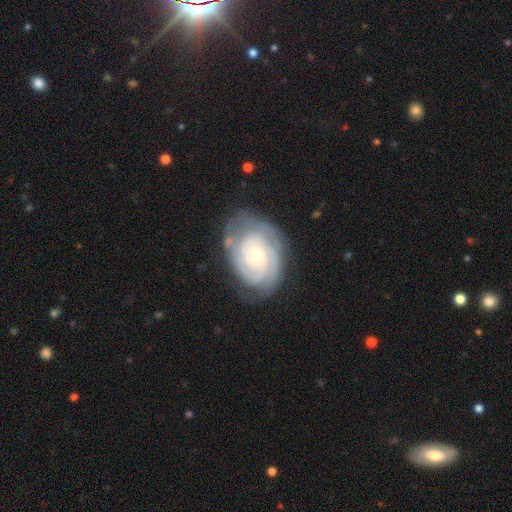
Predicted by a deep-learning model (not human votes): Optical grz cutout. It shows a featured or disk galaxy (82%) with no bar (78%), tight (75%) spiral arms (95%) and a small central bulge (65%). Merging: none (70%).